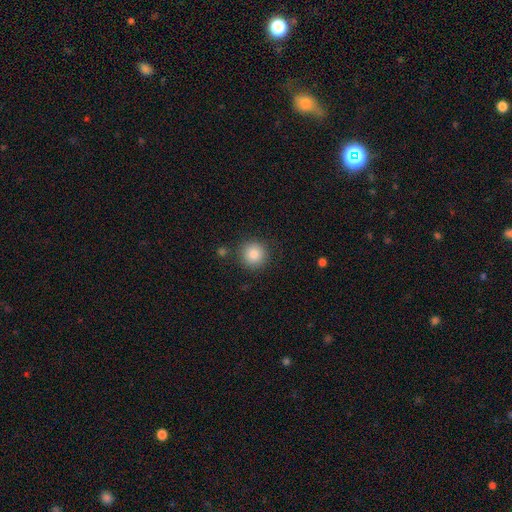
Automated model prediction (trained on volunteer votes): A smooth galaxy with no disk features (84%) that is round (94%). Merging: none (87%).